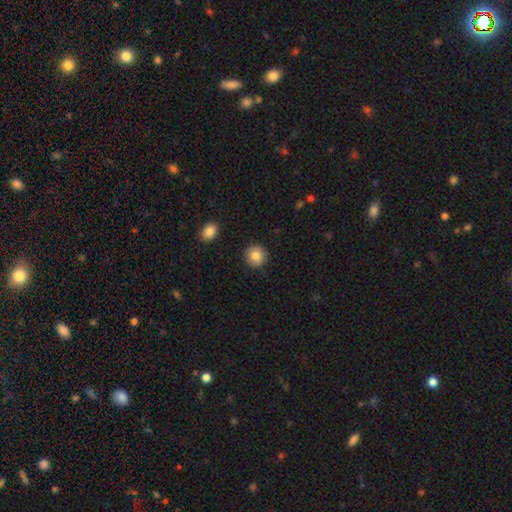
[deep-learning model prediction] Overall: smooth (83%). How rounded: round (92%). Merging: none (90%).